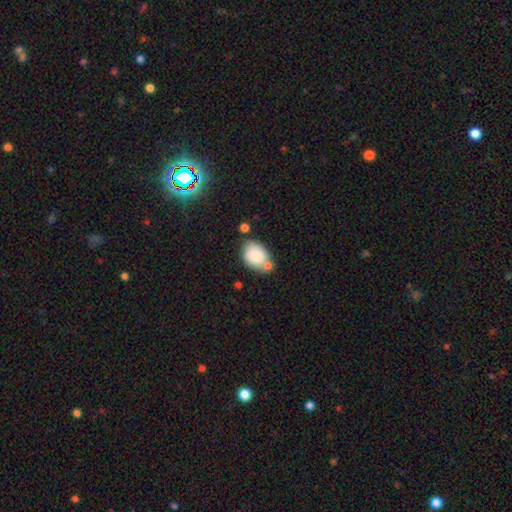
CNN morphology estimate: smooth_or_featured: smooth (p=0.83) [alt: featured or disk p=0.10]
how_rounded: in between (p=0.77) [alt: round p=0.22]
merging: none (p=0.54) [alt: merger p=0.22]